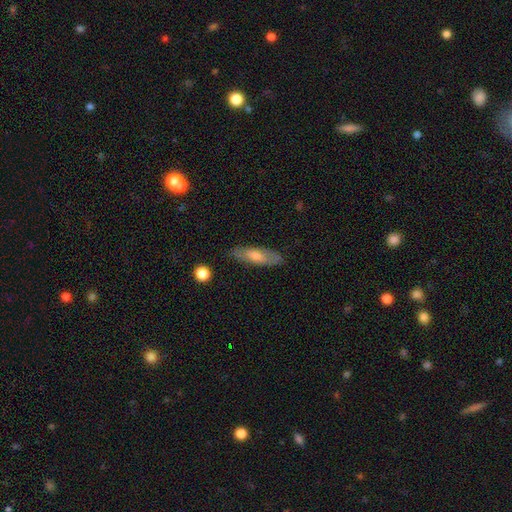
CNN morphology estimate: type=smooth (57%); roundness=cigar-shaped (53%); merging=none (83%).